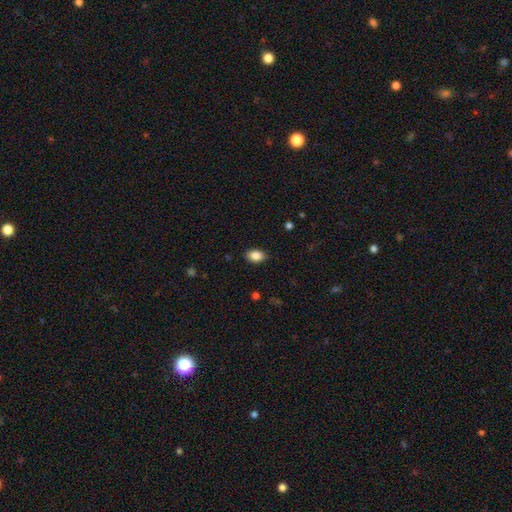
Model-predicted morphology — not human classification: Smooth or featured? Predicted: smooth (p=0.86). How rounded? Predicted: in between (p=0.87). Merging? Predicted: none (p=0.87).